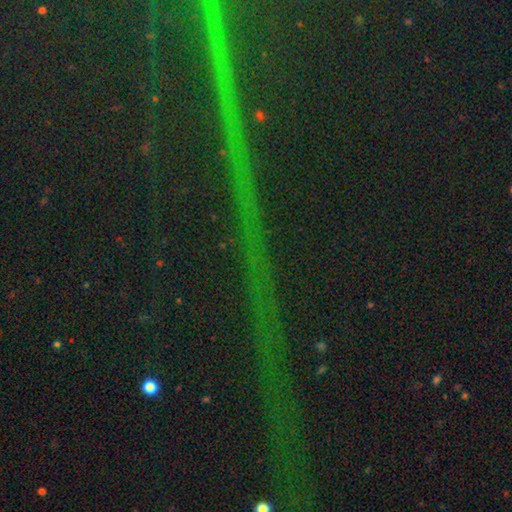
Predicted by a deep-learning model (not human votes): smooth-or-featured: star or artifact: 83% | featured or disk: 9% | smooth: 8%